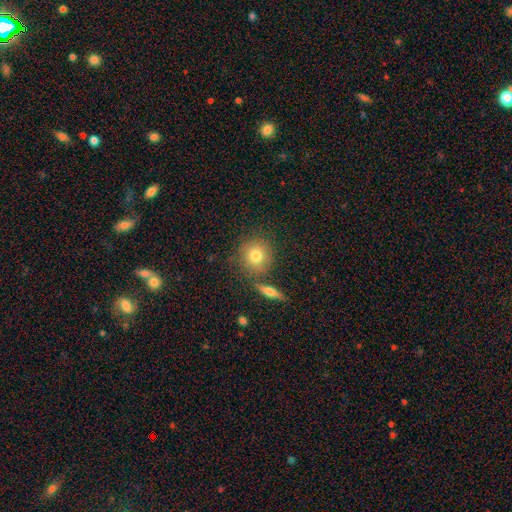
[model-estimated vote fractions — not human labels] This appears to be a smooth galaxy with no disk features (77%) that is round (87%). Merging: none (74%).